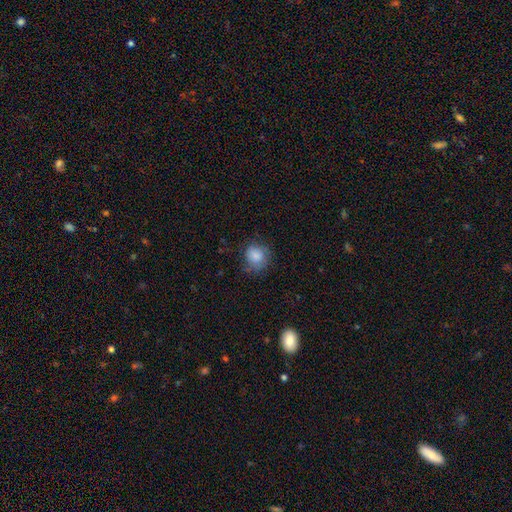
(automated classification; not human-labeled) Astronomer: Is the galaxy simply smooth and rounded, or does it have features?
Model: smooth — 82%.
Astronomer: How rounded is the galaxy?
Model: round — 78%.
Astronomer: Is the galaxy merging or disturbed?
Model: none — 67%.